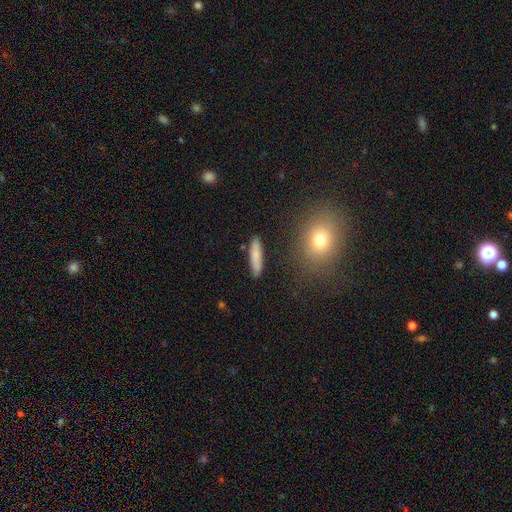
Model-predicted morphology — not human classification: Smooth or featured? Predicted: smooth (p=0.79). How rounded? Predicted: cigar-shaped (p=0.78). Merging? Predicted: none (p=0.87).